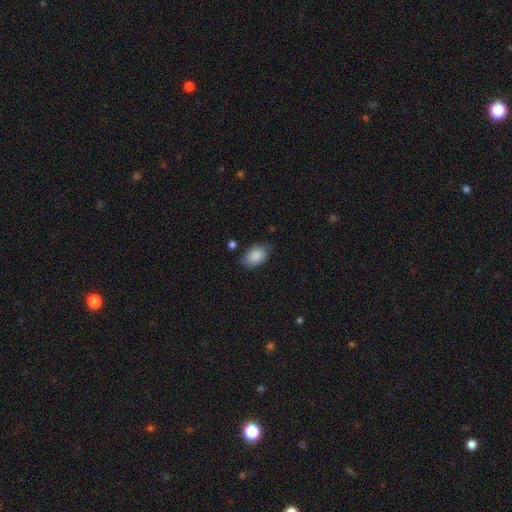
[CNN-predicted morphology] Smooth or featured?
  - smooth: 86% *
  - featured or disk: 7%
  - star or artifact: 7%
How rounded?
  - in between: 87% *
  - round: 12%
  - cigar-shaped: 1%
Merging?
  - none: 66% *
  - minor disturbance: 27%
  - major disturbance: 6%
  - merger: 2%